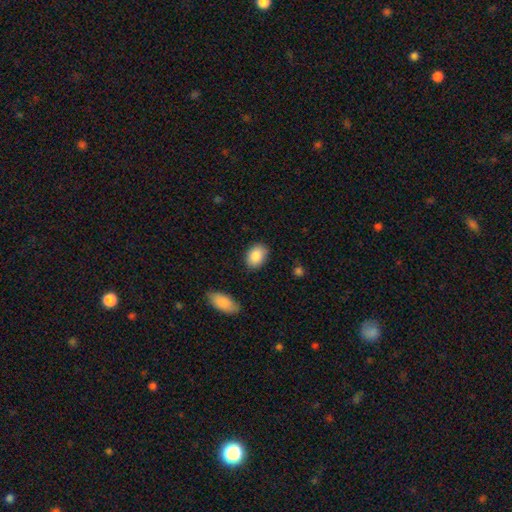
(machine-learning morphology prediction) type=smooth (88%); roundness=in between (76%); merging=none (84%).